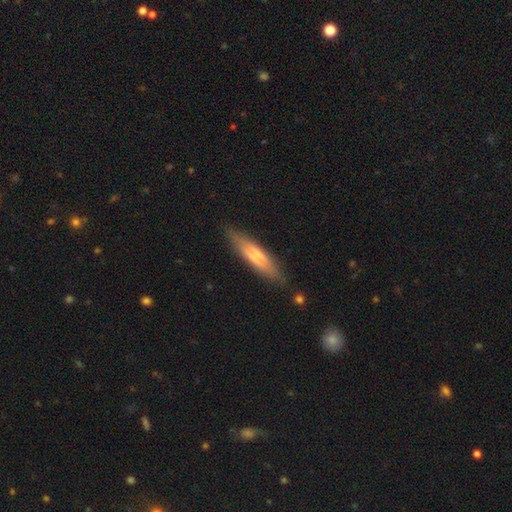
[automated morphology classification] A smooth galaxy with no disk features (57%) that is cigar-shaped (79%). Merging: none (83%).